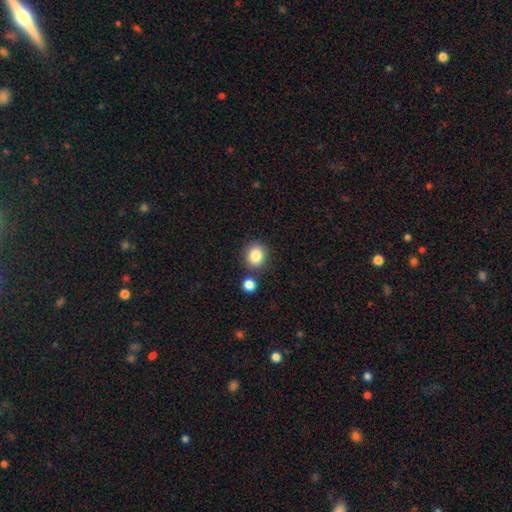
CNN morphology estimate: Smooth or featured? Predicted: smooth (p=0.85). How rounded? Predicted: round (p=0.71). Merging? Predicted: none (p=0.78).